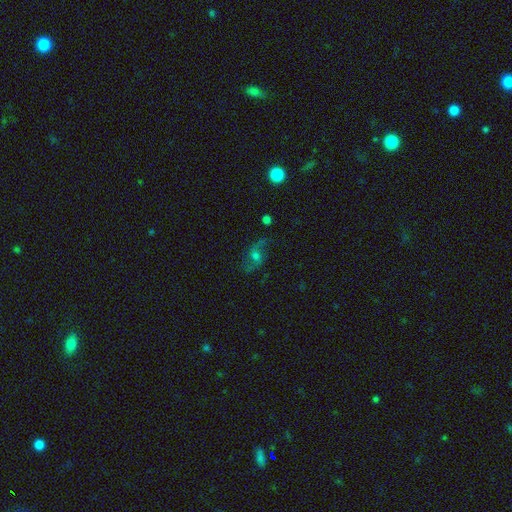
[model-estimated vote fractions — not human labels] smooth-or-featured: featured or disk: 64% | smooth: 20% | star or artifact: 16%
  disk-edge-on: no: 93% | yes: 7%
    bar: no: 60% | weak: 32% | strong: 8%
    has-spiral-arms: yes: 88% | no: 12%
      spiral-winding: loose: 74% | medium: 21% | tight: 5%
      spiral-arm-count: 2: 89% | can't tell: 4% | 1: 4% | 3: 1% | 4: 1% | more than 4: 1%
    bulge-size: moderate: 56% | small: 29% | large: 9% | none: 3% | dominant: 2%
  merging: none: 69% | minor disturbance: 17% | major disturbance: 12% | merger: 2%